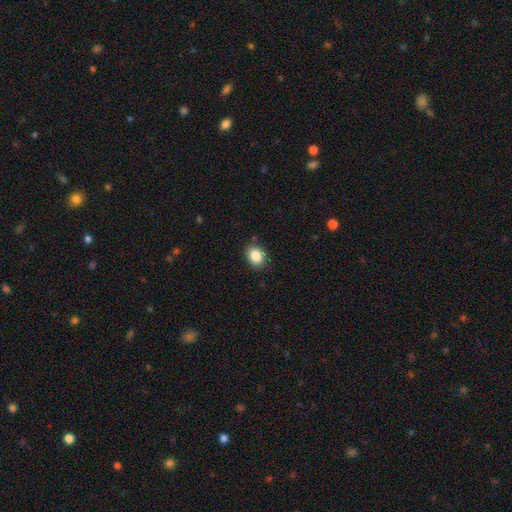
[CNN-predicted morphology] Smooth or featured? smooth (87%)
How rounded? in between (52%)
Merging? none (84%)